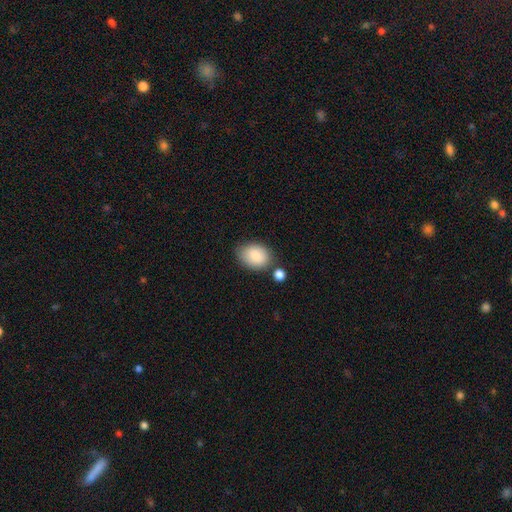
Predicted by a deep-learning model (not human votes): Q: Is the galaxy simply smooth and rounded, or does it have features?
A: smooth — 86%.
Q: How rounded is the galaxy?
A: in between — 79%.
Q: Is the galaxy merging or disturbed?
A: none — 69%.